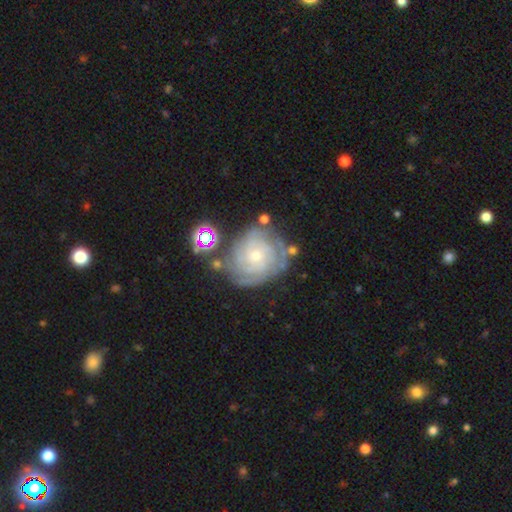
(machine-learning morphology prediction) This appears to be a featured or disk galaxy (80%) with no bar (75%), tight (77%) spiral arms (94%) and a small central bulge (63%). Merging: none (65%).